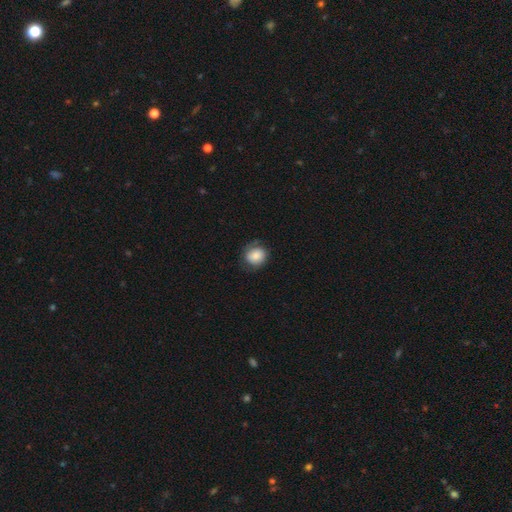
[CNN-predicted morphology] The model was most divided on "how rounded": round: 72%, in between: 27%, cigar-shaped: 1%. More confident: smooth or featured — smooth (71%); merging — none (68%).